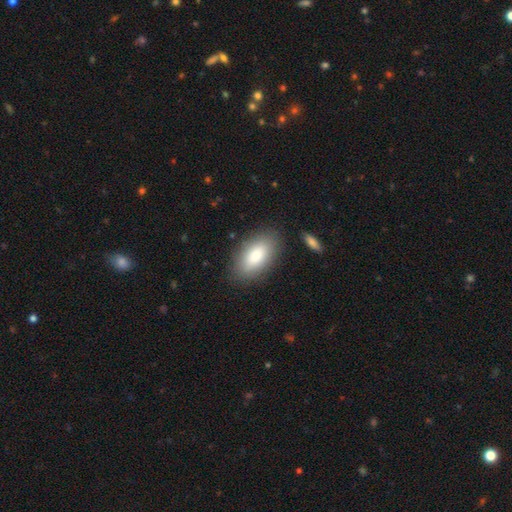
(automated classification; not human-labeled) This appears to be a smooth galaxy with no disk features (85%) that is in between round and cigar-shaped (92%). Merging: none (84%).